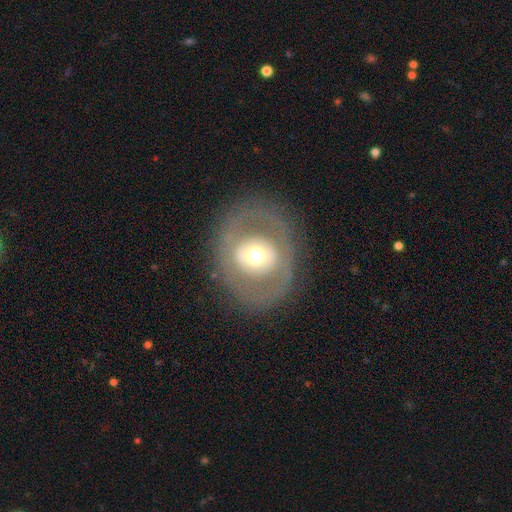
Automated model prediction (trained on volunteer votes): smooth_or_featured: featured or disk (p=0.52) [alt: smooth p=0.41]
disk_edge_on: no (p=0.94) [alt: yes p=0.06]
merging: none (p=0.80) [alt: minor disturbance p=0.10]